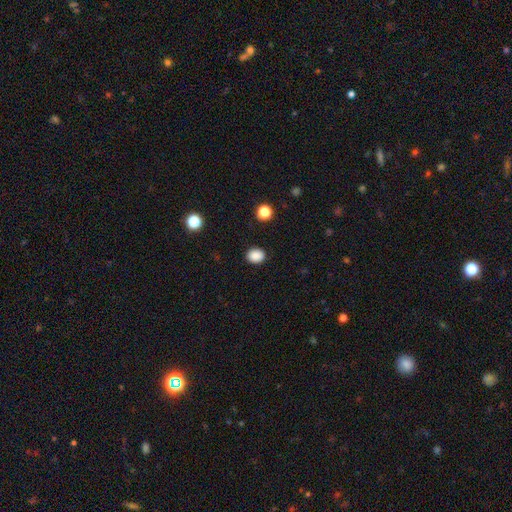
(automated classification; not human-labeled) smooth 87%, star or artifact 10%, featured or disk 3%. Down the decision tree: how rounded — round (55%); merging — none (89%).